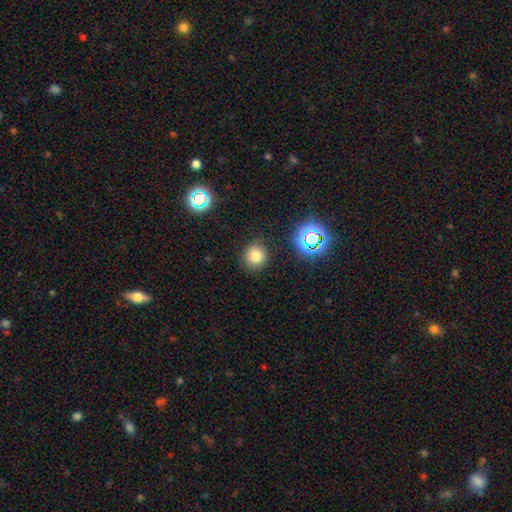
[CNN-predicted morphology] This is likely a smooth galaxy (77%). How rounded: clearly round (90%). Merging: clearly none (88%).